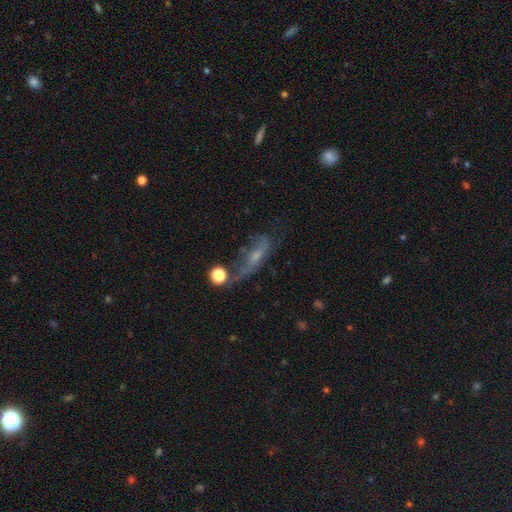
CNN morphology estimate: Smooth or featured: featured or disk — 53% (smooth — 33%)
Edge-on disk: no — 70% (yes — 30%)
Merging: major disturbance — 35% (none — 32%)